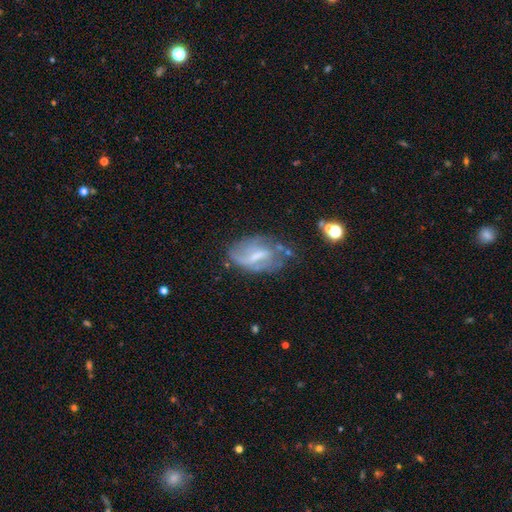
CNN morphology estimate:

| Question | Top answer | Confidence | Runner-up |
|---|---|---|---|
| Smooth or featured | featured or disk | 63% | smooth (27%) |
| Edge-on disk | no | 93% | yes (7%) |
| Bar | weak | 48% | strong (30%) |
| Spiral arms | yes | 64% | no (36%) |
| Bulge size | small | 37% | moderate (33%) |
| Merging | none | 47% | minor disturbance (29%) |